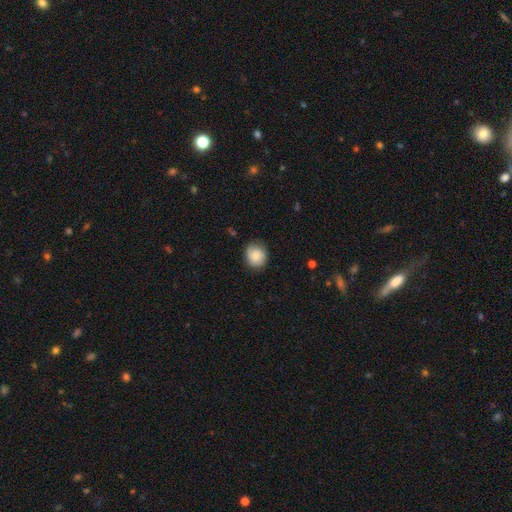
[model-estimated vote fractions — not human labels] The model was most divided on "how rounded": round: 75%, in between: 24%, cigar-shaped: 1%. More confident: smooth or featured — smooth (82%); merging — none (79%).